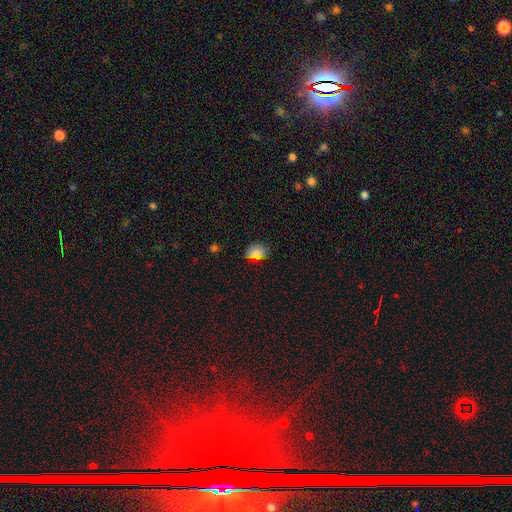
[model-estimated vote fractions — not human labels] Smooth or featured? Predicted: smooth (p=0.75). How rounded? Predicted: in between (p=0.68). Merging? Predicted: none (p=0.86).